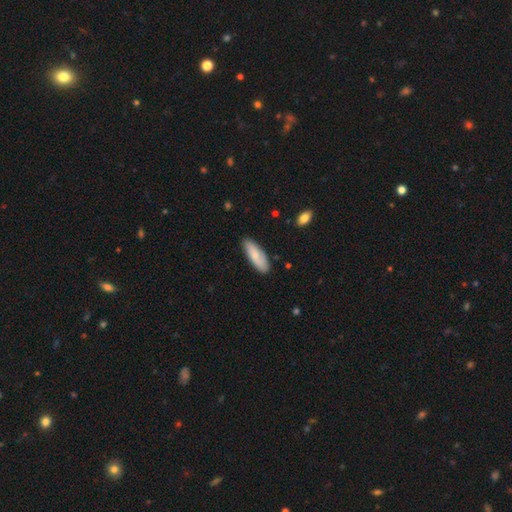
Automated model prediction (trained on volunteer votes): Smooth or featured? Predicted: smooth (p=0.71). How rounded? Predicted: in between (p=0.62). Merging? Predicted: none (p=0.83).